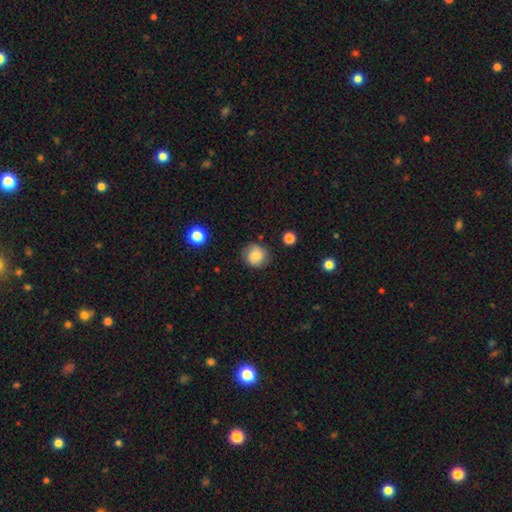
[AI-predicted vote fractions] Smooth or featured? Predicted: smooth (p=0.74). How rounded? Predicted: round (p=0.87). Merging? Predicted: none (p=0.79).